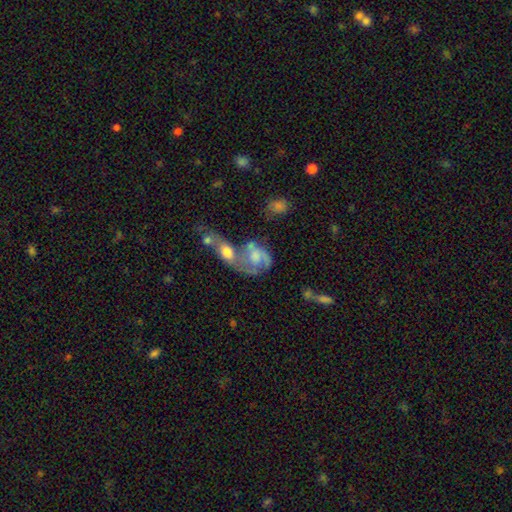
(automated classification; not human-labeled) A featured or disk galaxy (56%) with no bar (75%), spiral arms (66%) and a moderate central bulge (43%).

Vote fractions:
- Smooth or featured? featured or disk: 56% / smooth: 35% / star or artifact: 9%
- Edge-on disk? no: 96% / yes: 4%
- Bar? no: 75% / weak: 21% / strong: 4%
- Spiral arms? yes: 66% / no: 34%
- Bulge size? moderate: 43% / small: 20% / none: 19% / large: 15% / dominant: 3%
- Merging? merger: 59% / none: 17% / major disturbance: 14% / minor disturbance: 10%